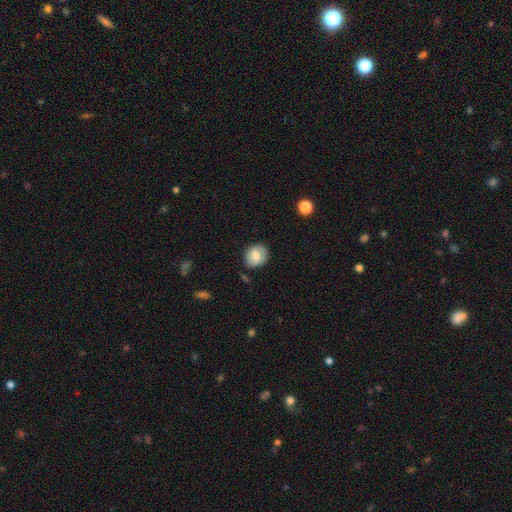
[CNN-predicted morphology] Smooth or featured?
  - smooth: 73% *
  - featured or disk: 19%
  - star or artifact: 8%
How rounded?
  - round: 67% *
  - in between: 32%
  - cigar-shaped: 1%
Merging?
  - none: 77% *
  - minor disturbance: 17%
  - major disturbance: 3%
  - merger: 2%